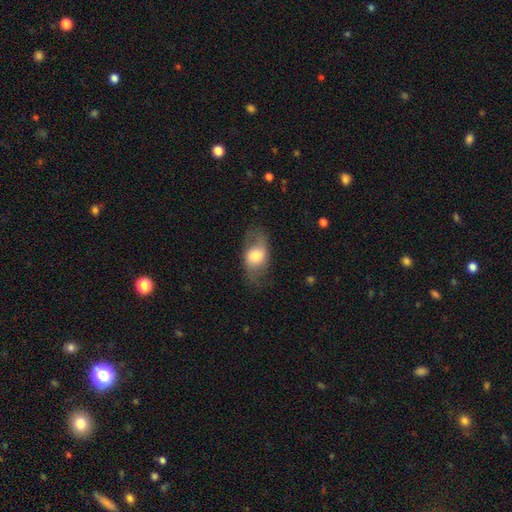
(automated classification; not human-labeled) This appears to be a smooth galaxy with no disk features (60%) that is in between round and cigar-shaped (79%). Merging: none (64%).